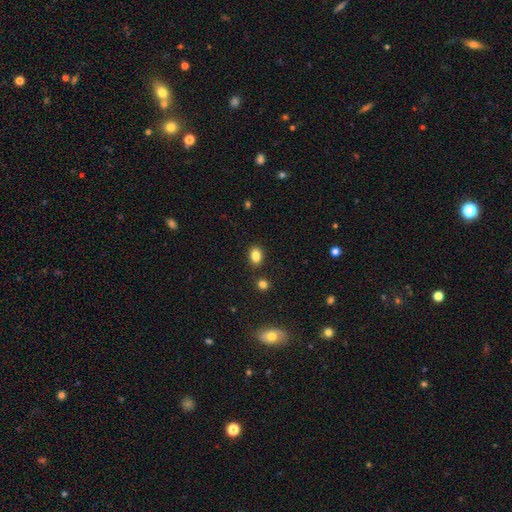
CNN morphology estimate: type=smooth (85%); roundness=in between (73%); merging=none (84%).